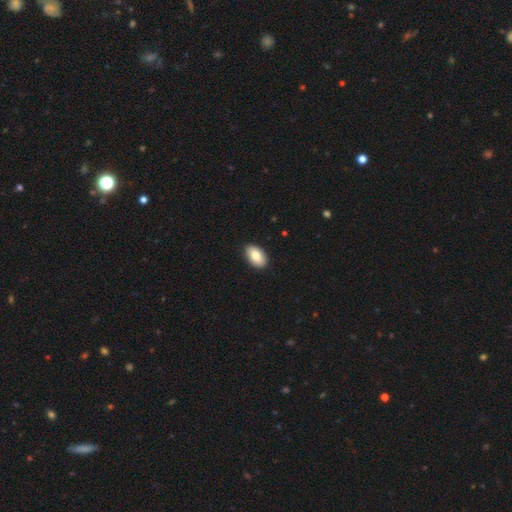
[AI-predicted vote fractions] This appears to be a smooth galaxy with no disk features (82%) that is in between round and cigar-shaped (93%). Merging: none (90%).